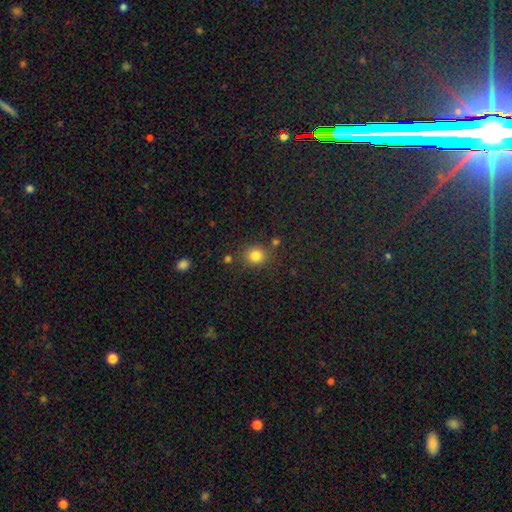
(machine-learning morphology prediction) type=smooth (82%); roundness=round (79%); merging=none (78%).